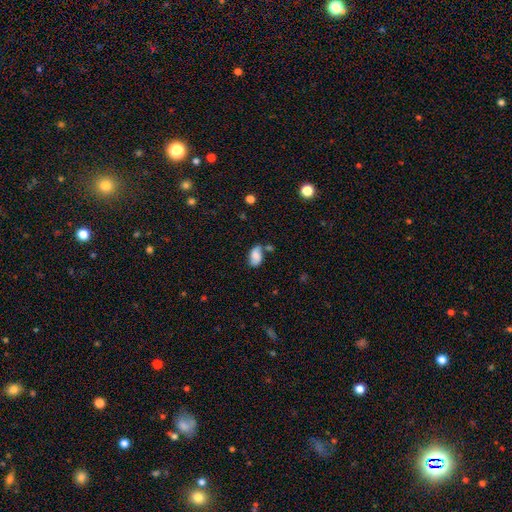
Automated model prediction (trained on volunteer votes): A smooth galaxy with no disk features (68%) that is in between round and cigar-shaped (91%).

Vote fractions:
- Smooth or featured? smooth: 68% / featured or disk: 22% / star or artifact: 9%
- How rounded? in between: 91% / round: 7% / cigar-shaped: 2%
- Merging? none: 52% / minor disturbance: 25% / merger: 15% / major disturbance: 8%